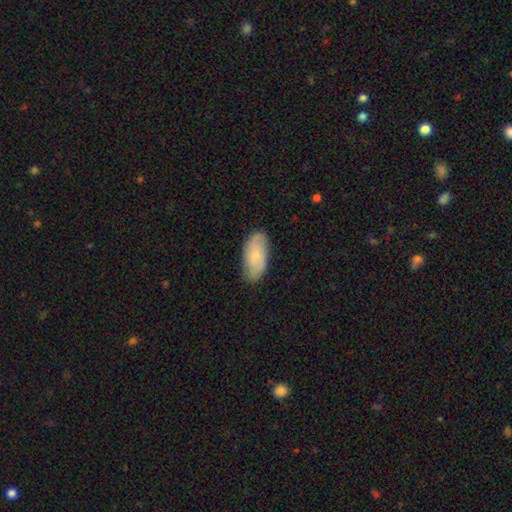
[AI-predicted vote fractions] Smooth or featured? smooth (56%)
How rounded? in between (92%)
Merging? none (80%)